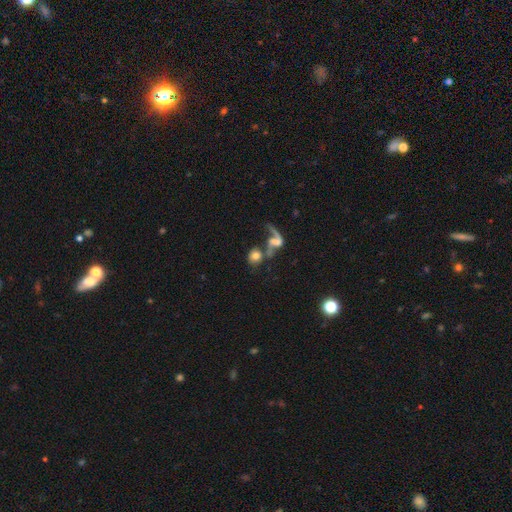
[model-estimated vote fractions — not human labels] This is likely a smooth galaxy (62%). How rounded: likely round (69%). Merging: possibly merger (45%).